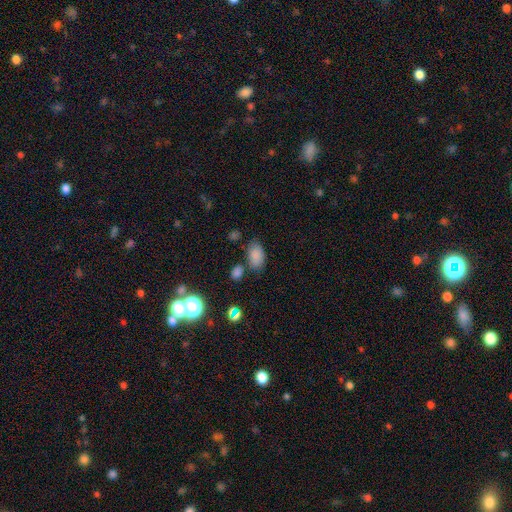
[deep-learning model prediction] Smooth or featured: smooth — 81% (star or artifact — 13%)
How rounded: in between — 90% (round — 9%)
Merging: none — 67% (minor disturbance — 17%)